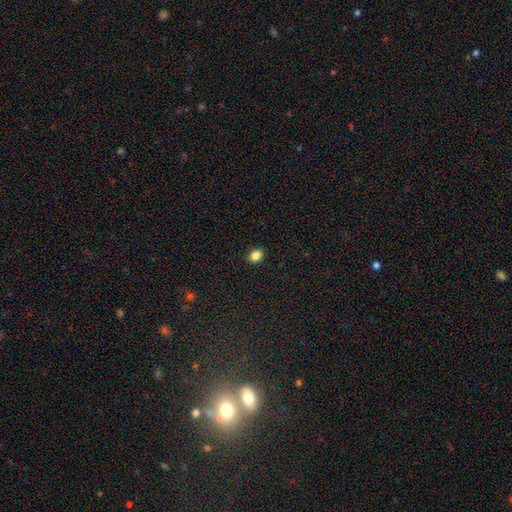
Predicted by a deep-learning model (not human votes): This appears to be a smooth galaxy with no disk features (85%) that is in between round and cigar-shaped (59%). Merging: none (89%).